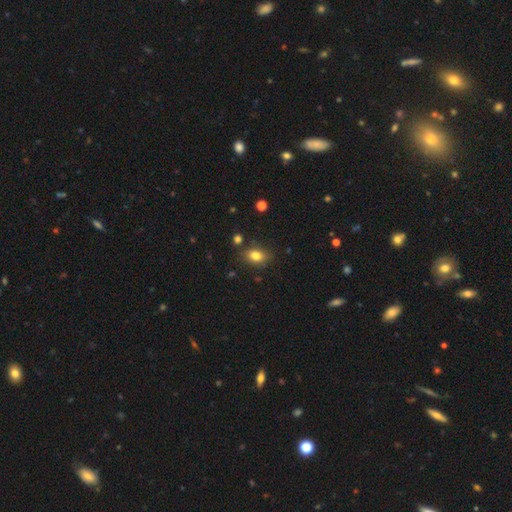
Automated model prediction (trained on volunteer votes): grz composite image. It shows a smooth galaxy with no disk features (80%) that is in between round and cigar-shaped (74%). Merging: none (80%).